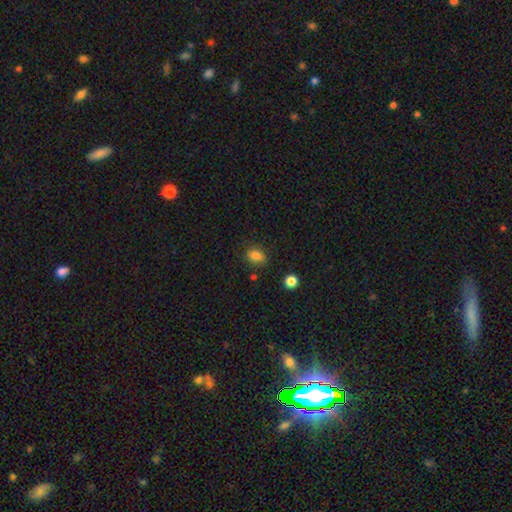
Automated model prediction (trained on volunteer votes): Smooth or featured? Predicted: smooth (p=0.83). How rounded? Predicted: in between (p=0.69). Merging? Predicted: none (p=0.79).